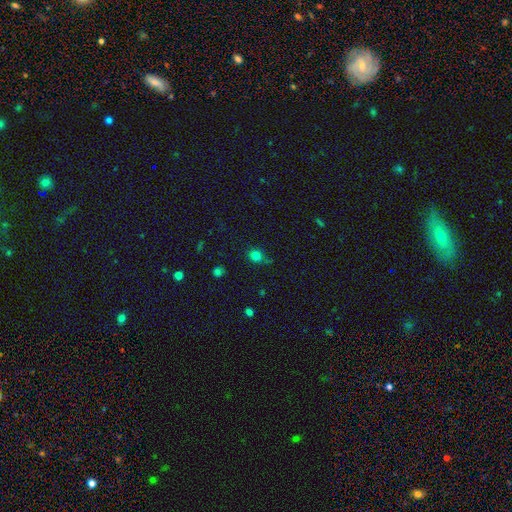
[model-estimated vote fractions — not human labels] smooth_or_featured: smooth (p=0.78) [alt: star or artifact p=0.16]
how_rounded: round (p=0.79) [alt: in between p=0.20]
merging: none (p=0.70) [alt: minor disturbance p=0.21]